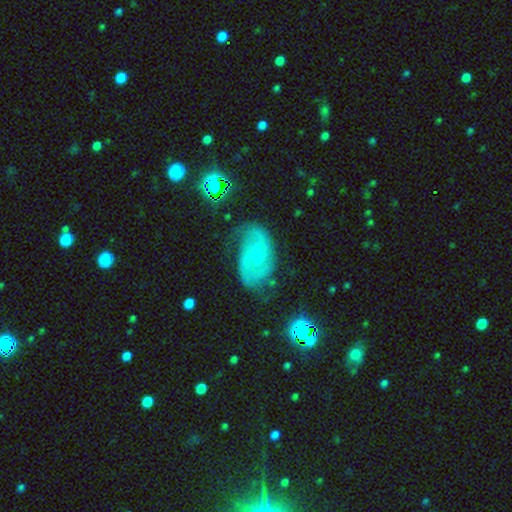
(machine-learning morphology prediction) Smooth or featured? featured or disk (76%)
Edge-on disk? no (97%)
Bar? no (60%)
Spiral arms? yes (93%)
Spiral winding? medium (47%)
Spiral arm count? 2 (75%)
Bulge size? small (72%)
Merging? none (63%)